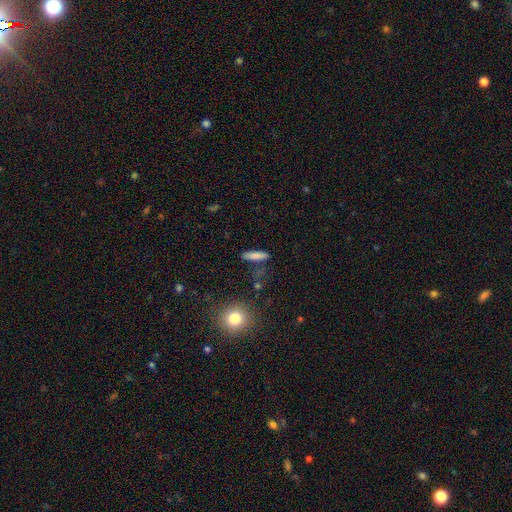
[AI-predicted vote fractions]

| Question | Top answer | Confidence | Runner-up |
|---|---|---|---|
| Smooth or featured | smooth | 80% | featured or disk (12%) |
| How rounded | cigar-shaped | 82% | in between (15%) |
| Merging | none | 82% | minor disturbance (11%) |